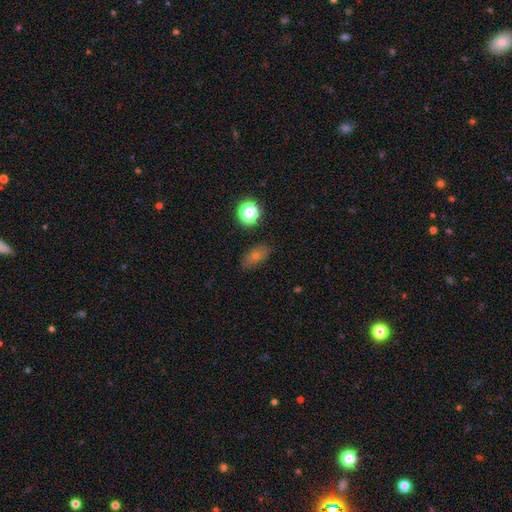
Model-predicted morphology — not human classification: Overall: smooth (60%; star or artifact 22%). How rounded: in between (77%). Merging: none (82%).